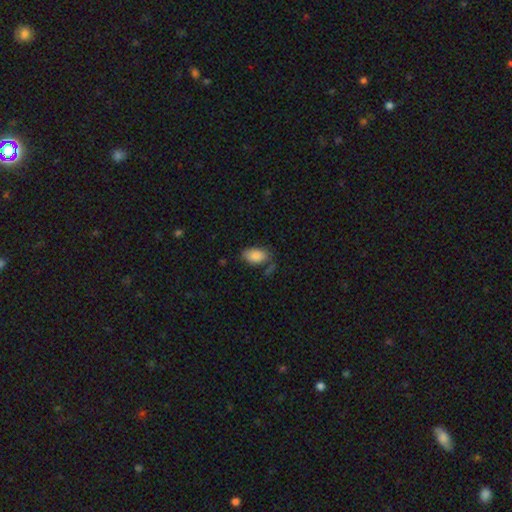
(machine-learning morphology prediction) This appears to be a smooth galaxy with no disk features (87%) that is in between round and cigar-shaped (93%). Merging: none (66%).